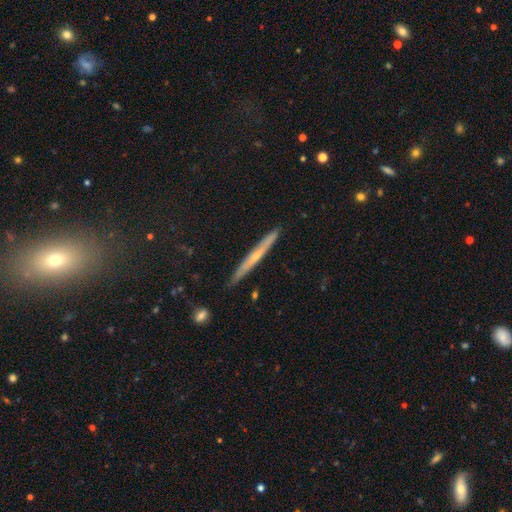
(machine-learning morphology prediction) A featured or disk galaxy (57%) viewed edge-on (96%) with no central bulge (55%).

Vote fractions:
- Smooth or featured? featured or disk: 57% / smooth: 35% / star or artifact: 8%
- Edge-on disk? yes: 96% / no: 4%
- Edge-on bulge? none: 55% / rounded: 41% / boxy: 4%
- Merging? none: 89% / minor disturbance: 8% / major disturbance: 1% / merger: 1%